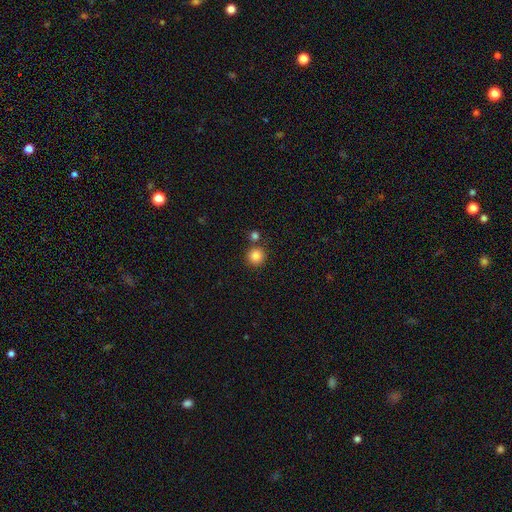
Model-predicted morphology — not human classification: Smooth or featured: smooth — 86% (star or artifact — 10%)
How rounded: round — 94% (in between — 5%)
Merging: none — 78% (merger — 12%)